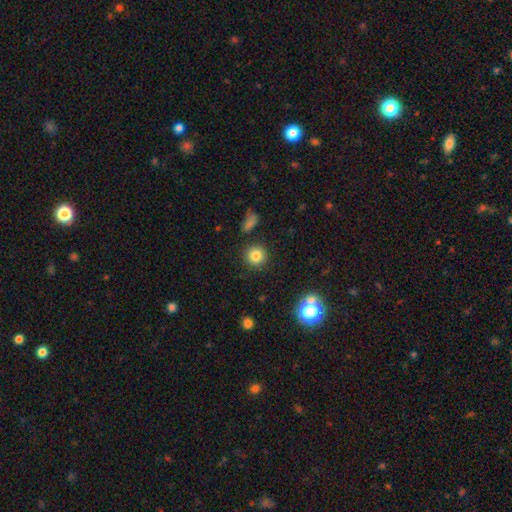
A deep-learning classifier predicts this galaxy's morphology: type=smooth (82%); roundness=round (93%); merging=none (88%).